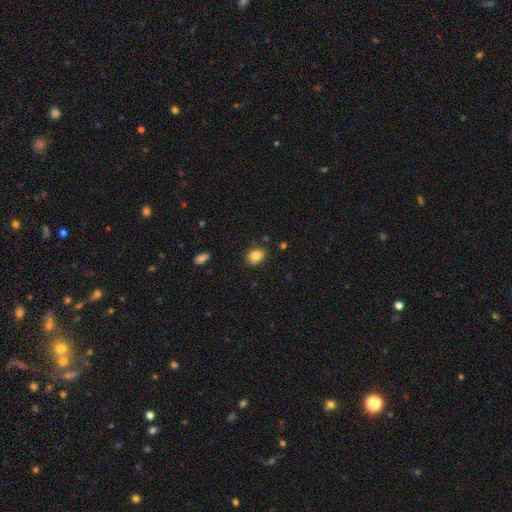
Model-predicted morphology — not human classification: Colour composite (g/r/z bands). It shows a smooth galaxy with no disk features (83%) that is in between round and cigar-shaped (54%). Merging: none (79%).